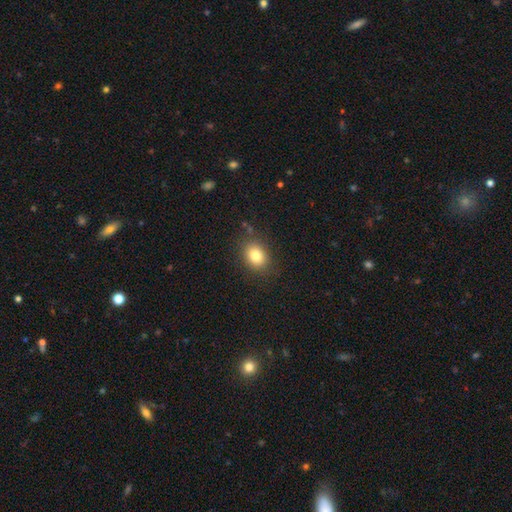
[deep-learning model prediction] Smooth or featured? Predicted: smooth (p=0.82). How rounded? Predicted: in between (p=0.55). Merging? Predicted: none (p=0.84).